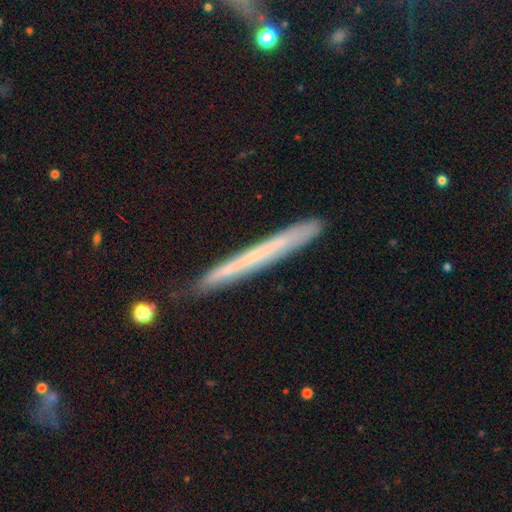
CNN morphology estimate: Q: Smooth or featured?
A: featured or disk (47%); runner-up: smooth (45%)
Q: Merging?
A: none (86%); runner-up: minor disturbance (10%)